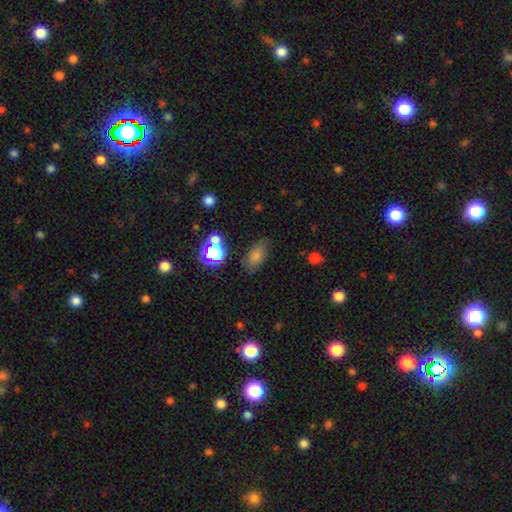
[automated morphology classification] Smooth or featured? Predicted: smooth (p=0.72). How rounded? Predicted: in between (p=0.84). Merging? Predicted: none (p=0.77).